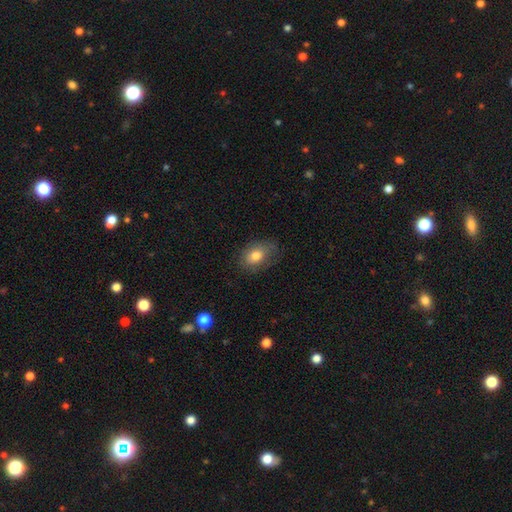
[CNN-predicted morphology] type=smooth (76%); roundness=in between (80%); merging=none (69%).